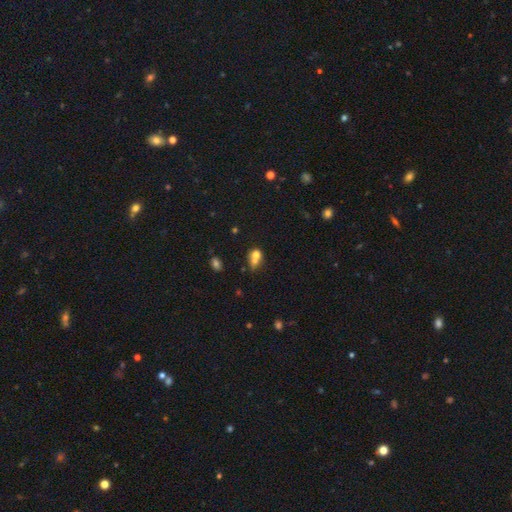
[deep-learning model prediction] A smooth galaxy with no disk features (69%) that is round (59%).

Vote fractions:
- Smooth or featured? smooth: 69% / featured or disk: 18% / star or artifact: 13%
- How rounded? round: 59% / in between: 39% / cigar-shaped: 2%
- Merging? merger: 61% / none: 25% / minor disturbance: 9% / major disturbance: 5%